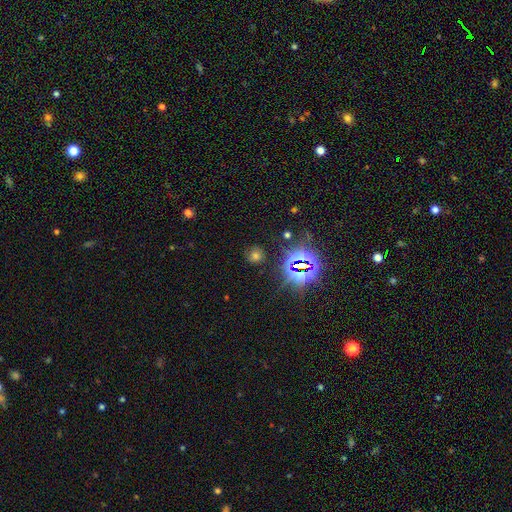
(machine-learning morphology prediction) smooth_or_featured: smooth (p=0.53) [alt: star or artifact p=0.39]
how_rounded: round (p=0.86) [alt: in between p=0.13]
merging: none (p=0.83) [alt: minor disturbance p=0.10]